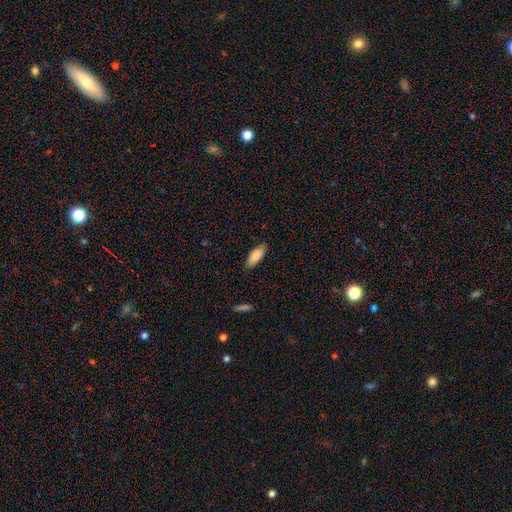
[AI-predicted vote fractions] smooth-or-featured: smooth: 86% | featured or disk: 8% | star or artifact: 6%
  how-rounded: in between: 80% | cigar-shaped: 19% | round: 2%
  merging: none: 84% | minor disturbance: 13% | major disturbance: 2% | merger: 1%